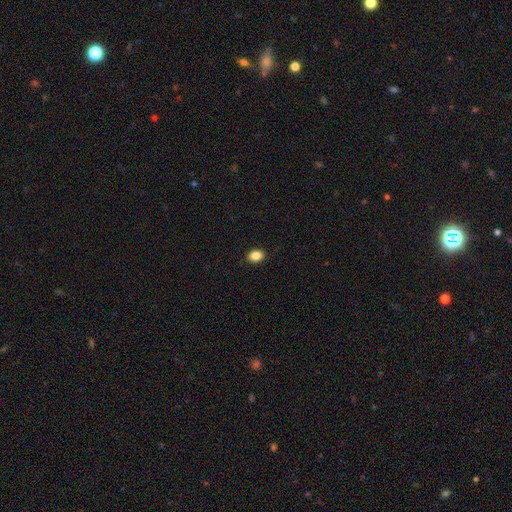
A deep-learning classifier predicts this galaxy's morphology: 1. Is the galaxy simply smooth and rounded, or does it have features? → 87% smooth, 10% star or artifact, 4% featured or disk.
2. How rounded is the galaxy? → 70% in between, 29% round, 1% cigar-shaped.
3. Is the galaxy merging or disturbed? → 90% none, 8% minor disturbance, 2% major disturbance, 1% merger.